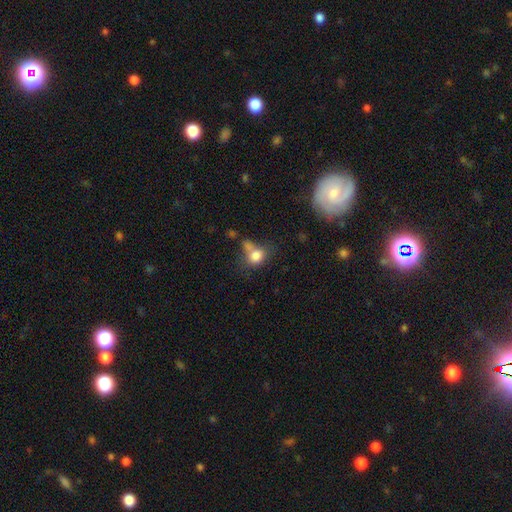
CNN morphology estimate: Overall: smooth (79%). How rounded: round (54%; in between 44%). Merging: none (34%; merger 32%).